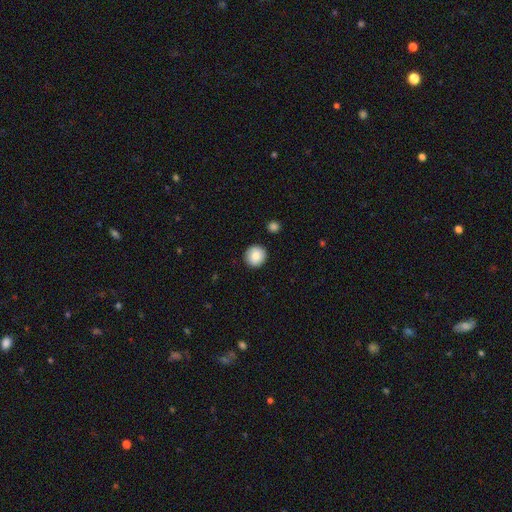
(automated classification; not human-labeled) Morphology: type=smooth (83%); roundness=round (93%); merging=none (89%).